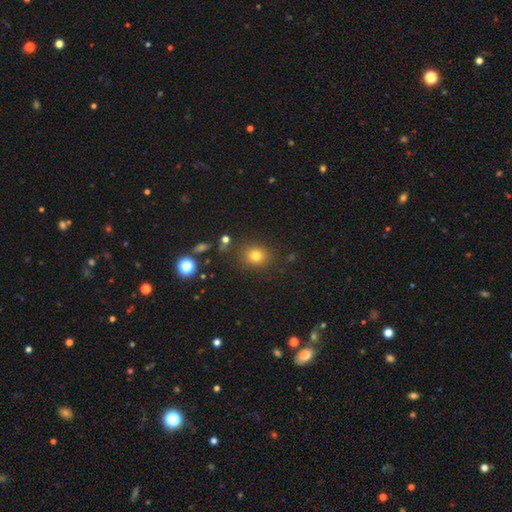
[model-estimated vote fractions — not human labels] smooth_or_featured: smooth (p=0.77) [alt: star or artifact p=0.14]
how_rounded: round (p=0.70) [alt: in between p=0.29]
merging: none (p=0.82) [alt: minor disturbance p=0.10]